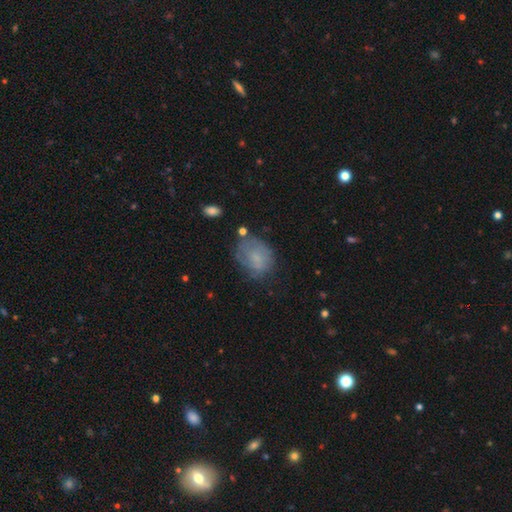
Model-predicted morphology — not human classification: Smooth or featured? smooth (65%)
How rounded? in between (53%)
Merging? none (55%)